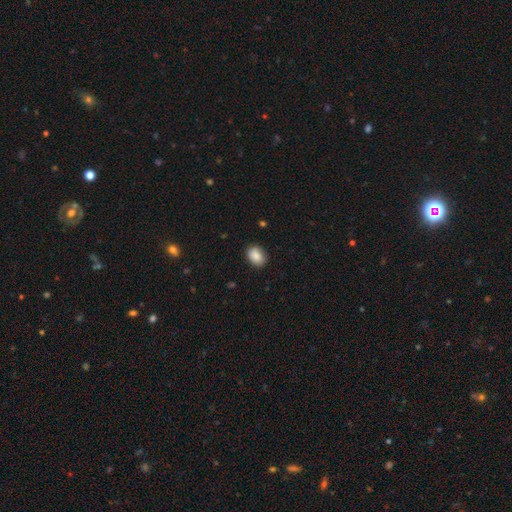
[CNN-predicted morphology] A smooth galaxy with no disk features (88%) that is in between round and cigar-shaped (73%). Merging: none (85%).